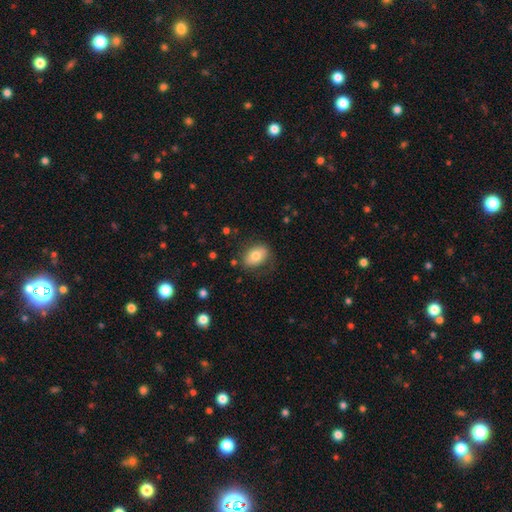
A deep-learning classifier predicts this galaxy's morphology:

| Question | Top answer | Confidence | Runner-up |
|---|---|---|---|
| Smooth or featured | smooth | 75% | featured or disk (17%) |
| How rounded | in between | 82% | round (16%) |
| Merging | none | 74% | minor disturbance (17%) |